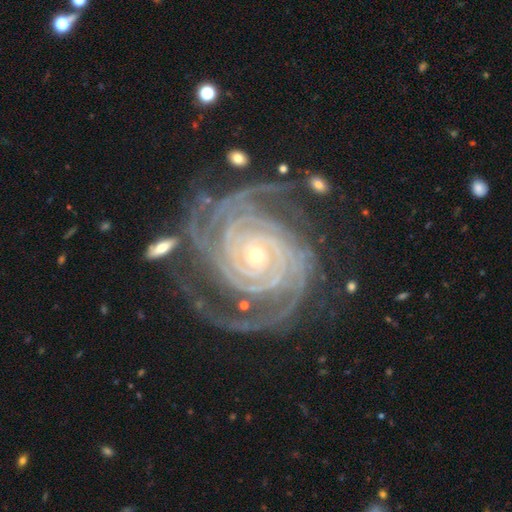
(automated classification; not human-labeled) smooth_or_featured: featured or disk (p=0.93) [alt: star or artifact p=0.05]
disk_edge_on: no (p=0.98) [alt: yes p=0.02]
bar: no (p=0.68) [alt: weak p=0.18]
has_spiral_arms: yes (p=0.99) [alt: no p=0.01]
spiral_winding: tight (p=0.84) [alt: medium p=0.14]
spiral_arm_count: 4 (p=0.23) [alt: 3 p=0.22]
bulge_size: small (p=0.73) [alt: moderate p=0.24]
merging: none (p=0.68) [alt: minor disturbance p=0.18]